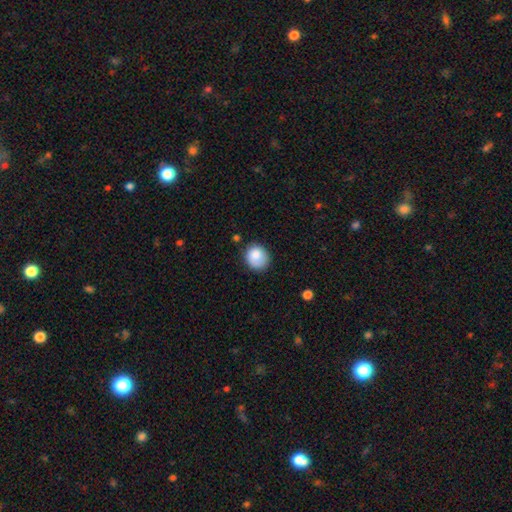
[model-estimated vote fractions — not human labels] smooth-or-featured: smooth: 84% | featured or disk: 8% | star or artifact: 8%
  how-rounded: round: 77% | in between: 22% | cigar-shaped: 1%
  merging: none: 73% | minor disturbance: 20% | major disturbance: 5% | merger: 2%